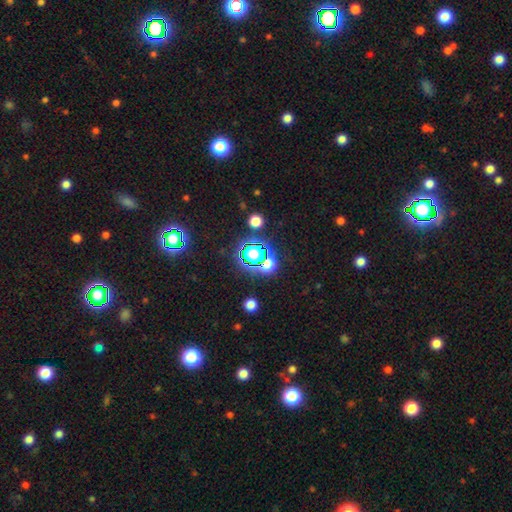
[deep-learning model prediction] Smooth or featured? star or artifact (73%)